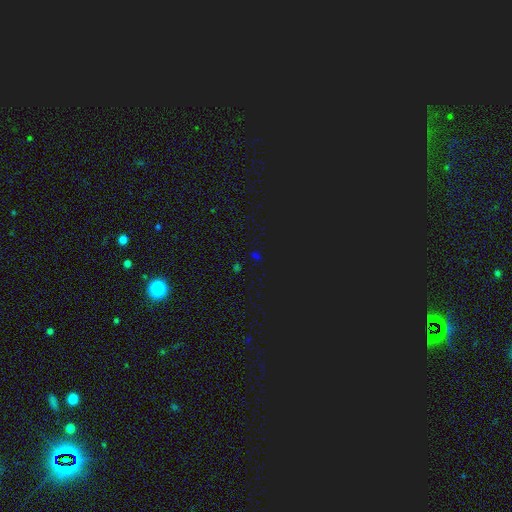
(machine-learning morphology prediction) Smooth or featured? Predicted: star or artifact (p=0.67).